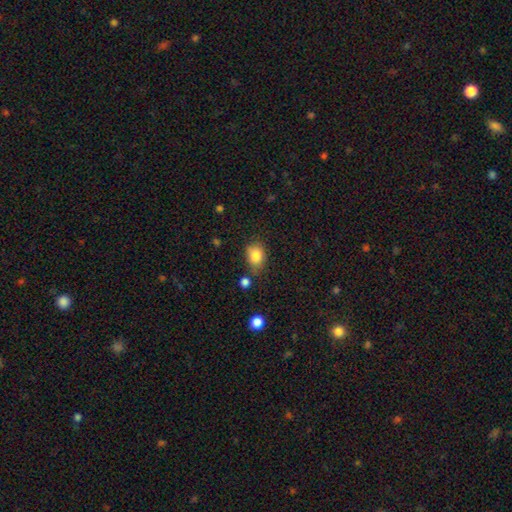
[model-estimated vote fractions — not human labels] Smooth or featured: smooth — 83% (star or artifact — 9%)
How rounded: in between — 63% (round — 36%)
Merging: none — 67% (minor disturbance — 22%)